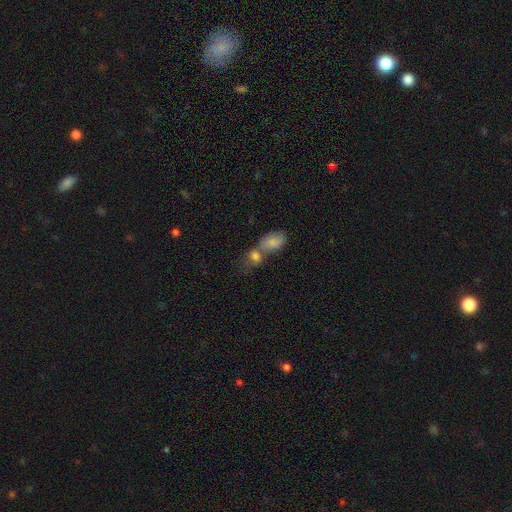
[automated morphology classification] This appears to be a smooth galaxy with no disk features (68%) that is in between round and cigar-shaped (75%). Merging: merger (63%).